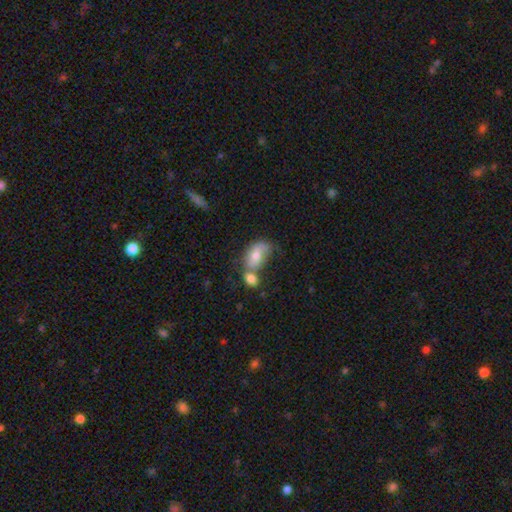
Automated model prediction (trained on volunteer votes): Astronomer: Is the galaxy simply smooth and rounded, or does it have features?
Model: smooth — 69%.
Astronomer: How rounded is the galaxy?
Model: in between — 88%.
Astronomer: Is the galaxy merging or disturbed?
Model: merger — 43% (runner-up: none, 30%).